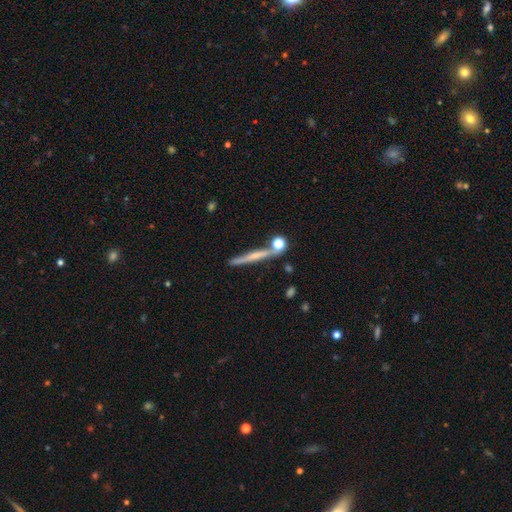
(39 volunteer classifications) smooth-or-featured: featured or disk: 56% | smooth: 41% | star or artifact: 3%
  disk-edge-on: yes: 95% | no: 5%
    edge-on-bulge: none: 57% | rounded: 33% | boxy: 10%
  merging: none: 89% | merger: 8% | minor disturbance: 3% | major disturbance: 0%